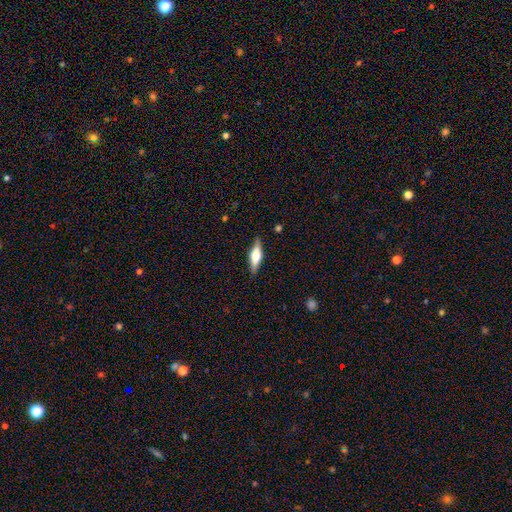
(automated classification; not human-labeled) Overall: featured or disk (54%; smooth 40%). Edge-on disk: yes (95%). Edge-on bulge: rounded (87%). Merging: none (87%).